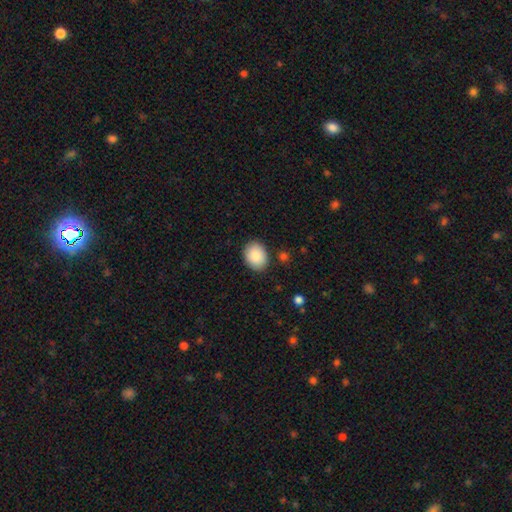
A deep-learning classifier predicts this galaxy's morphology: smooth 89%, star or artifact 7%, featured or disk 4%. Down the decision tree: how rounded — in between (60%); merging — none (87%).